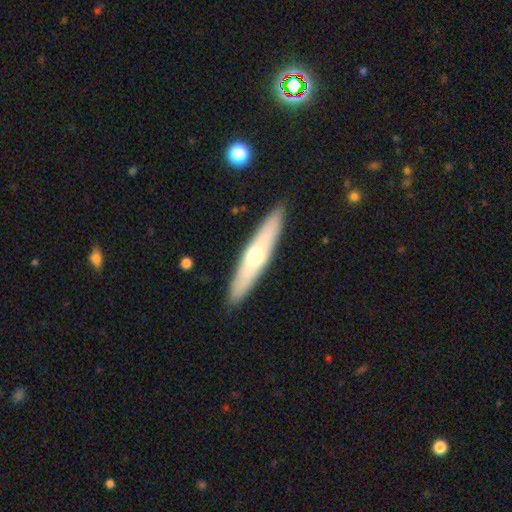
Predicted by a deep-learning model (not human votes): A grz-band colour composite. It shows a smooth galaxy with no disk features (49%). Merging: none (89%).